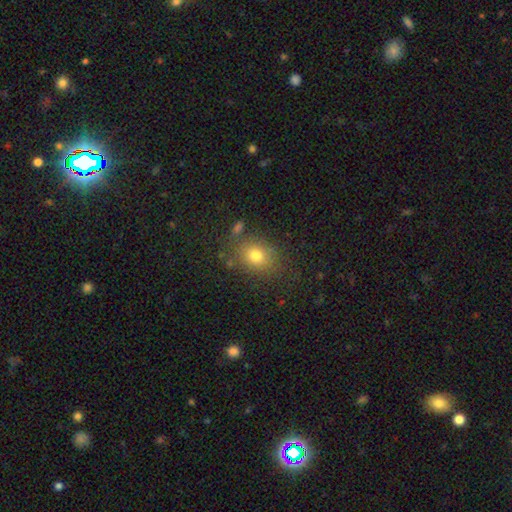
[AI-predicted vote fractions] This appears to be a smooth galaxy with no disk features (77%) that is in between round and cigar-shaped (51%). Merging: none (77%).